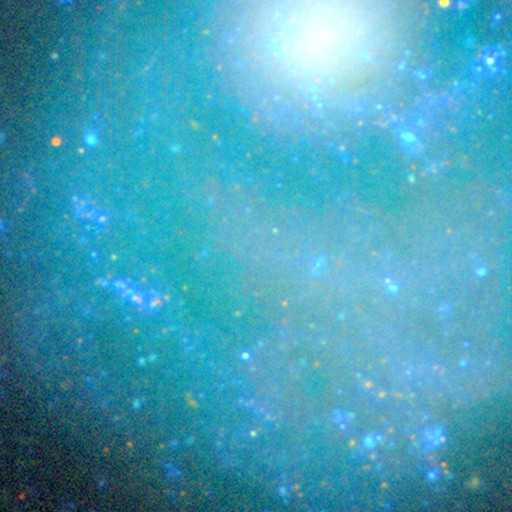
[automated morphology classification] The model was most divided on "smooth or featured": star or artifact: 61%, featured or disk: 26%, smooth: 13%.